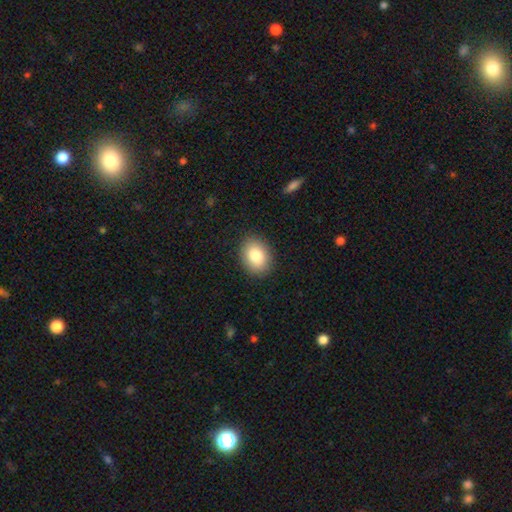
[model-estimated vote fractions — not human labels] smooth-or-featured: smooth: 84% | featured or disk: 8% | star or artifact: 7%
  how-rounded: in between: 70% | round: 29% | cigar-shaped: 1%
  merging: none: 89% | minor disturbance: 8% | major disturbance: 2% | merger: 1%